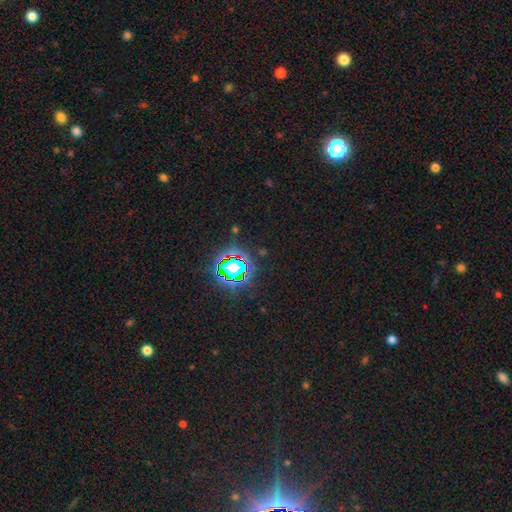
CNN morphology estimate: star or artifact 80%, smooth 13%, featured or disk 7%.